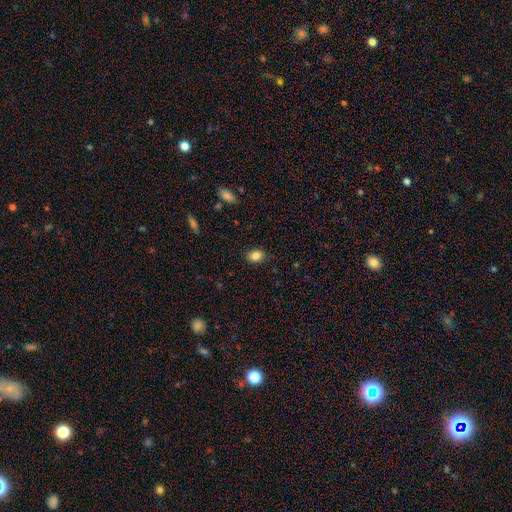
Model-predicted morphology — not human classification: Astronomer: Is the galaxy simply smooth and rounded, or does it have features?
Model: smooth — 84%.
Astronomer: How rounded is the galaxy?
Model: in between — 59% (runner-up: round, 40%).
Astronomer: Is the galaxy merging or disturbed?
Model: none — 87%.